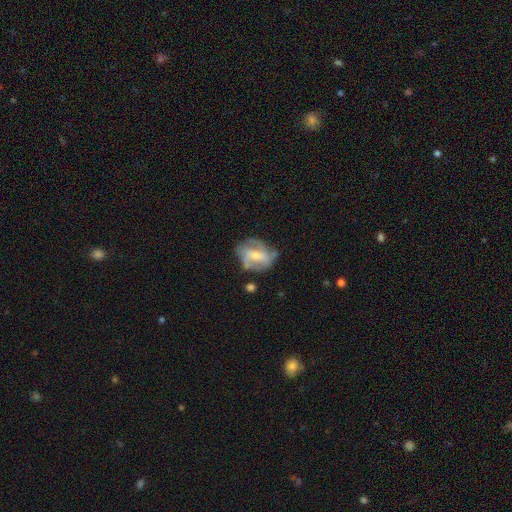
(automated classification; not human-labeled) Smooth or featured?
  - featured or disk: 65% *
  - smooth: 27%
  - star or artifact: 7%
Edge-on disk?
  - no: 96% *
  - yes: 4%
Bar?
  - weak: 42% *
  - no: 32%
  - strong: 27%
Spiral arms?
  - yes: 73% *
  - no: 27%
Bulge size?
  - small: 47% *
  - moderate: 39%
  - none: 9%
  - large: 5%
  - dominant: 1%
Merging?
  - none: 52% *
  - minor disturbance: 26%
  - major disturbance: 16%
  - merger: 5%